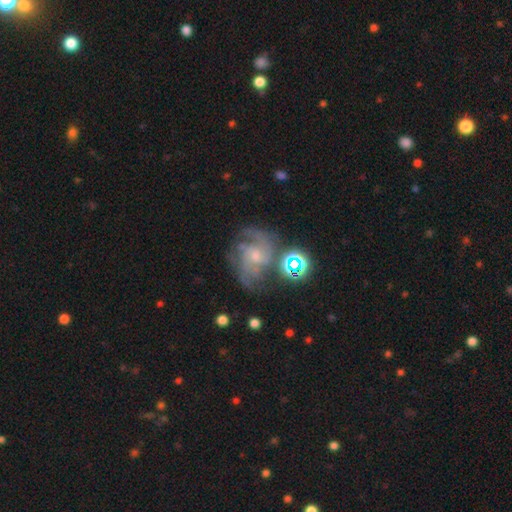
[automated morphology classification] This is likely a featured or disk galaxy (73%). It is clearly not viewed edge-on (98%). Bar: likely no (66%). Spiral arm pattern: clearly yes (90%). Spiral arm count: marginally can't tell (29%). Spiral winding: possibly medium (49%). Central bulge: possibly small (53%). Merging: possibly none (50%).